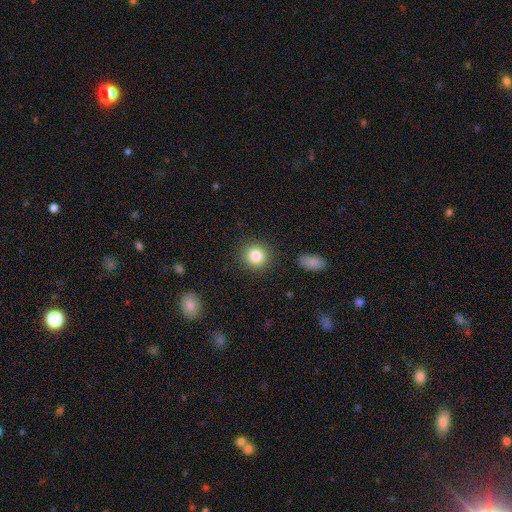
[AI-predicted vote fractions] Smooth or featured? smooth (84%)
How rounded? round (89%)
Merging? none (88%)